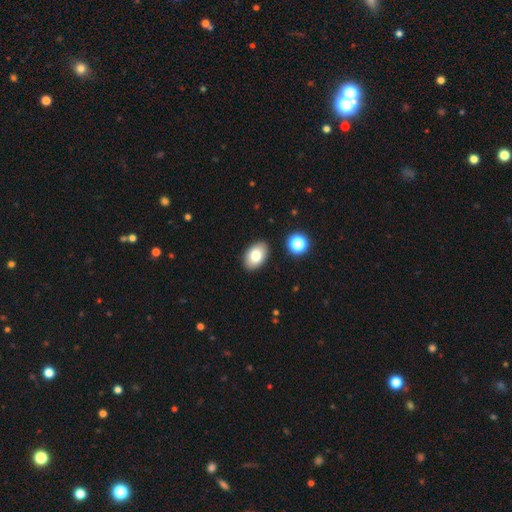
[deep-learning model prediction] A smooth galaxy with no disk features (80%) that is in between round and cigar-shaped (90%). Merging: none (88%).